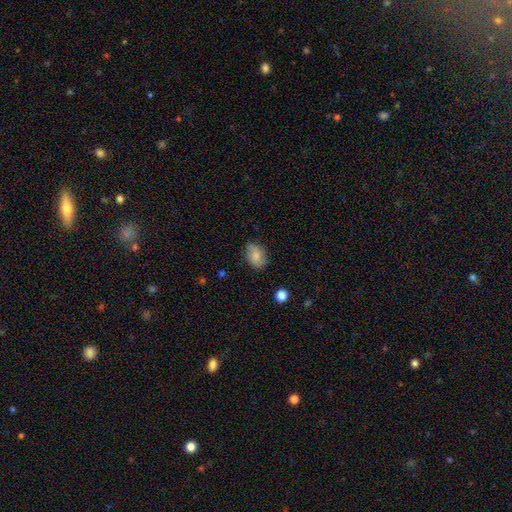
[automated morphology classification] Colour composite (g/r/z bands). It shows a smooth galaxy with no disk features (72%) that is in between round and cigar-shaped (74%). Merging: none (70%).